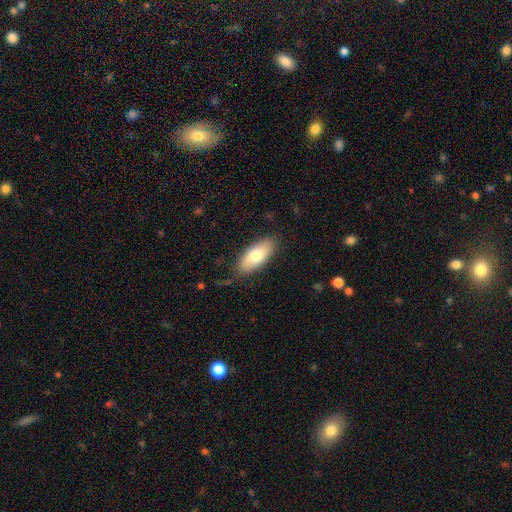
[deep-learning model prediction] Morphology: type=smooth (75%); roundness=in between (82%); merging=none (82%).